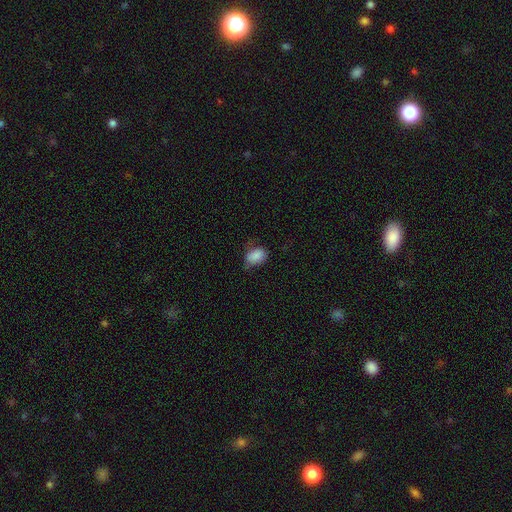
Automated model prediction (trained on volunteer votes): Q: Smooth or featured?
A: smooth (85%); runner-up: star or artifact (8%)
Q: How rounded?
A: in between (82%); runner-up: round (17%)
Q: Merging?
A: none (56%); runner-up: minor disturbance (32%)